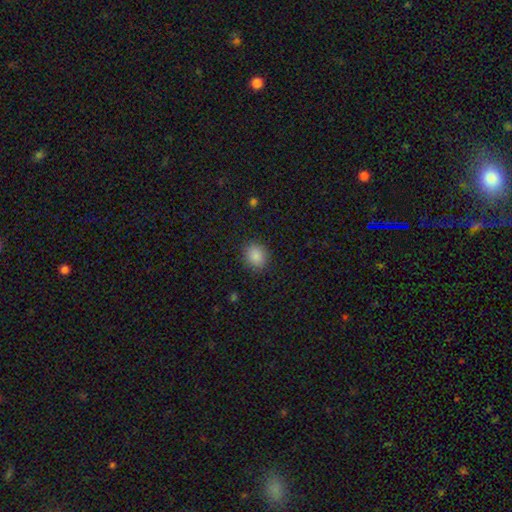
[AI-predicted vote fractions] Morphology: type=smooth (87%); roundness=round (69%); merging=none (87%).